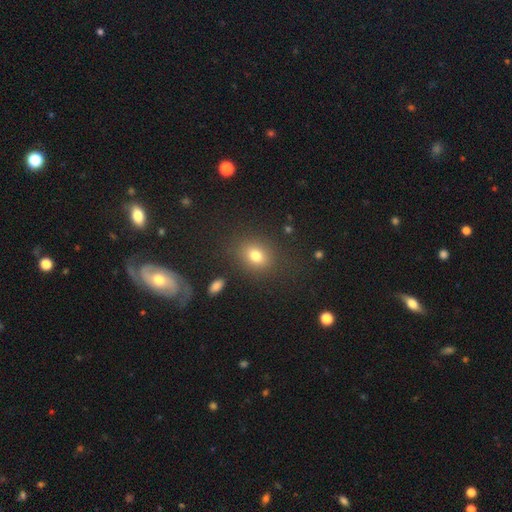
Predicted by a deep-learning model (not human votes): This appears to be a smooth galaxy with no disk features (78%) that is round (50%). Merging: none (83%).